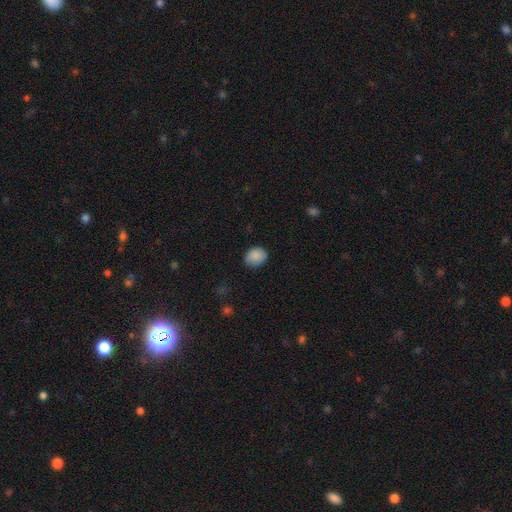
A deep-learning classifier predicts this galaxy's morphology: type=smooth (88%); roundness=round (50%); merging=none (82%).